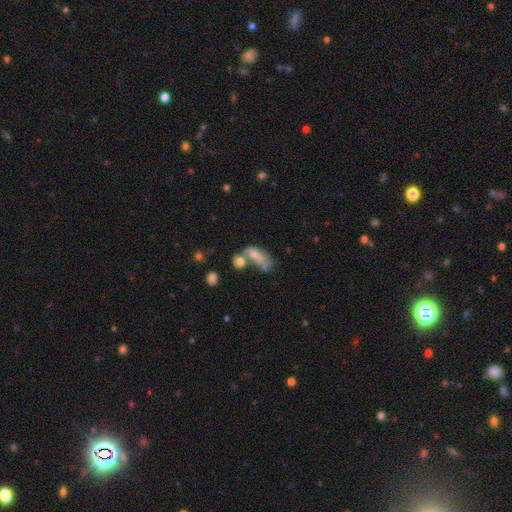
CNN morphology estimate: This is likely a smooth galaxy (64%). How rounded: likely in between (76%). Merging: possibly merger (53%).